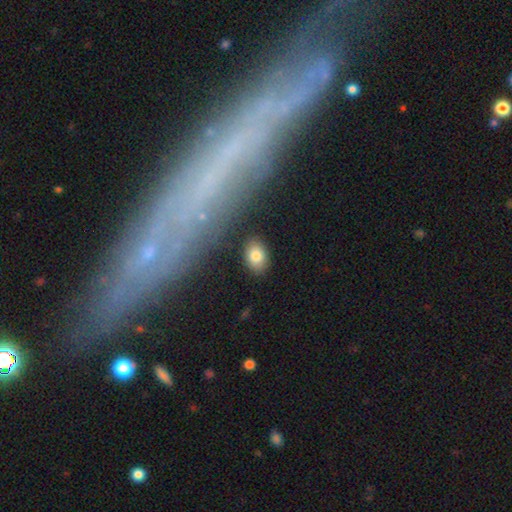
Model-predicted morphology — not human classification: The model was most divided on "how rounded": in between: 77%, round: 22%, cigar-shaped: 1%. More confident: merging — none (85%); smooth or featured — smooth (82%).